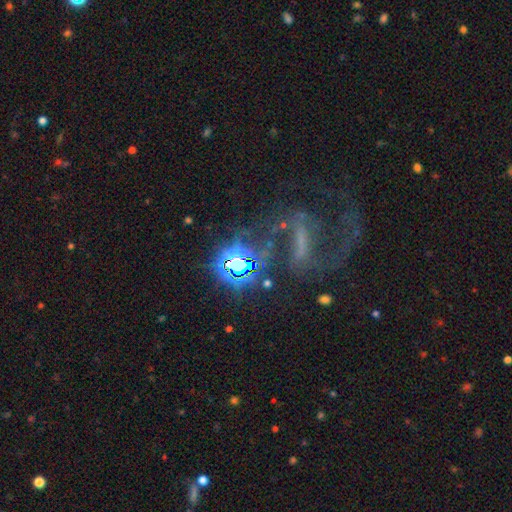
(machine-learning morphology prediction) Q: Smooth or featured?
A: featured or disk (56%); runner-up: star or artifact (33%)
Q: Edge-on disk?
A: no (90%); runner-up: yes (10%)
Q: Bar?
A: strong (60%); runner-up: weak (25%)
Q: Spiral arms?
A: yes (75%); runner-up: no (25%)
Q: Bulge size?
A: none (42%); runner-up: small (32%)
Q: Merging?
A: none (55%); runner-up: major disturbance (24%)